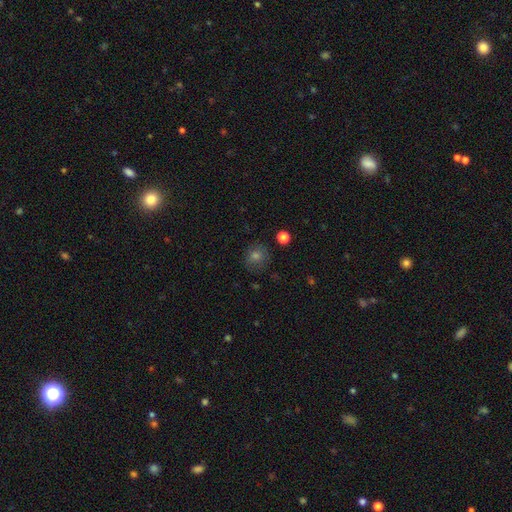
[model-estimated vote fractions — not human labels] Smooth or featured? smooth (67%)
How rounded? round (84%)
Merging? none (81%)